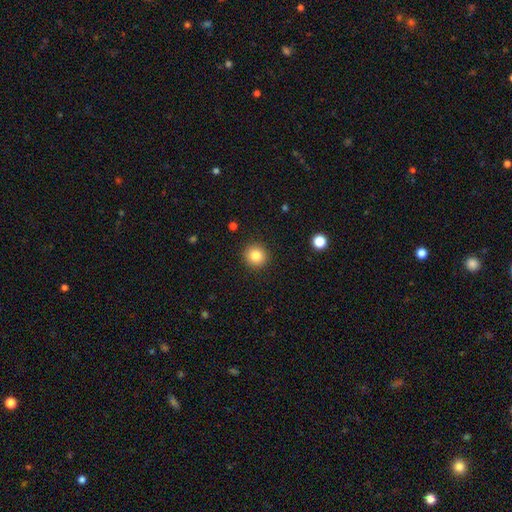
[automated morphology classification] Smooth or featured? Predicted: smooth (p=0.82). How rounded? Predicted: round (p=0.93). Merging? Predicted: none (p=0.92).